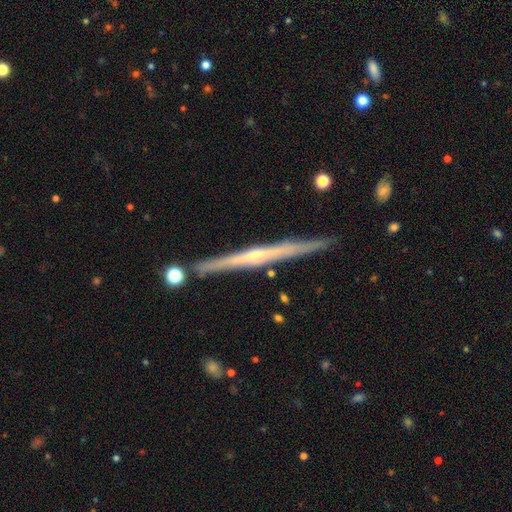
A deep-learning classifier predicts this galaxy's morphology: featured or disk 76%, smooth 18%, star or artifact 6%. Down the decision tree: edge-on disk — yes (98%); edge-on bulge — none (48%); merging — none (89%).